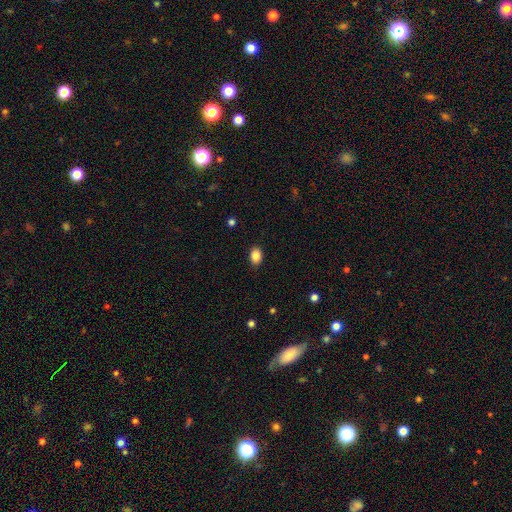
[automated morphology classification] smooth 88%, star or artifact 8%, featured or disk 4%. Down the decision tree: how rounded — in between (80%); merging — none (87%).